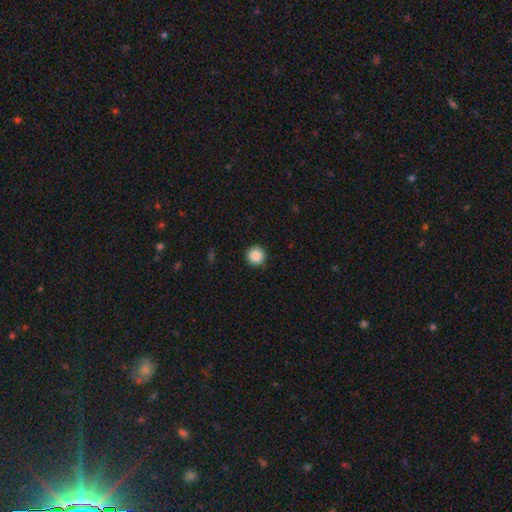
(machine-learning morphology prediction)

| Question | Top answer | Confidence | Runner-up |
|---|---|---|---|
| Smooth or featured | smooth | 88% | star or artifact (9%) |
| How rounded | round | 96% | in between (4%) |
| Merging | none | 92% | minor disturbance (5%) |